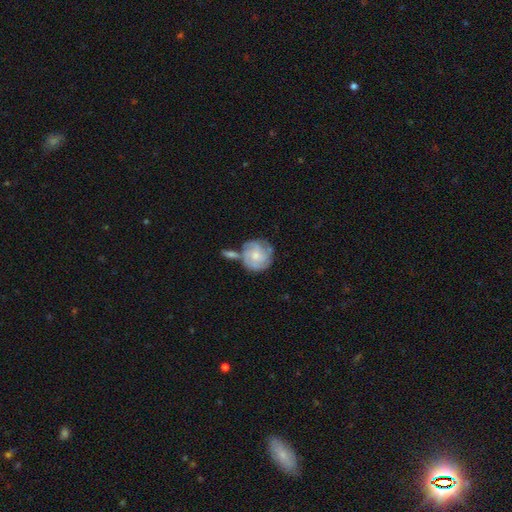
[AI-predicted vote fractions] Overall: featured or disk (66%; smooth 27%). Edge-on disk: no (97%). Bar: no (73%). Spiral arms: yes (89%). Spiral arm count: can't tell (32%; 3 28%). Spiral winding: tight (62%; medium 29%). Bulge size: moderate (49%; small 39%). Merging: none (56%; merger 20%).